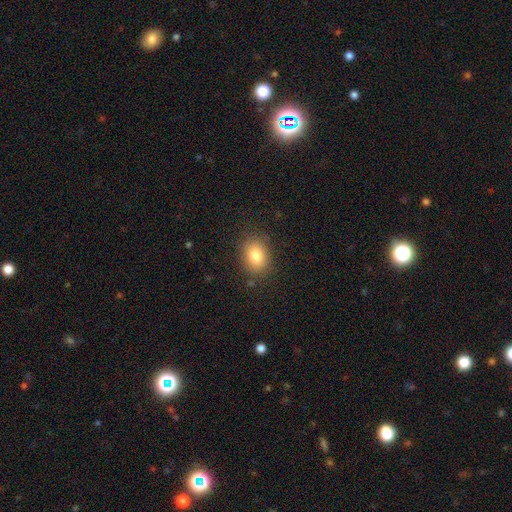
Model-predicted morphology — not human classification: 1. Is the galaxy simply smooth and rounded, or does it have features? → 81% smooth, 10% star or artifact, 9% featured or disk.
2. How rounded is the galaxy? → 59% in between, 40% round, 1% cigar-shaped.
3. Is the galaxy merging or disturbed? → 83% none, 12% minor disturbance, 4% major disturbance, 1% merger.